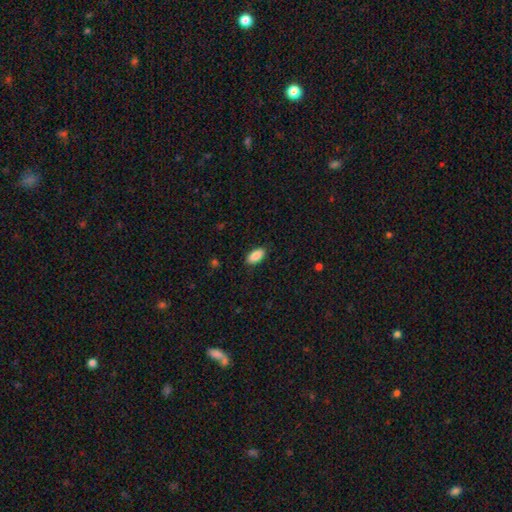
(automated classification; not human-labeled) Q: Smooth or featured?
A: smooth (88%); runner-up: star or artifact (7%)
Q: How rounded?
A: in between (91%); runner-up: cigar-shaped (6%)
Q: Merging?
A: none (88%); runner-up: minor disturbance (9%)